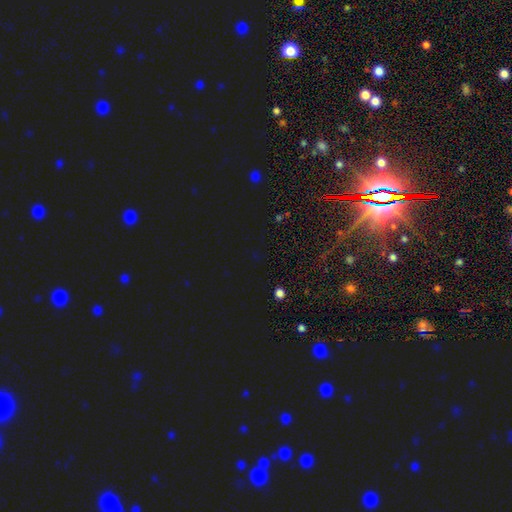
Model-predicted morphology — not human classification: Smooth or featured? star or artifact (75%)